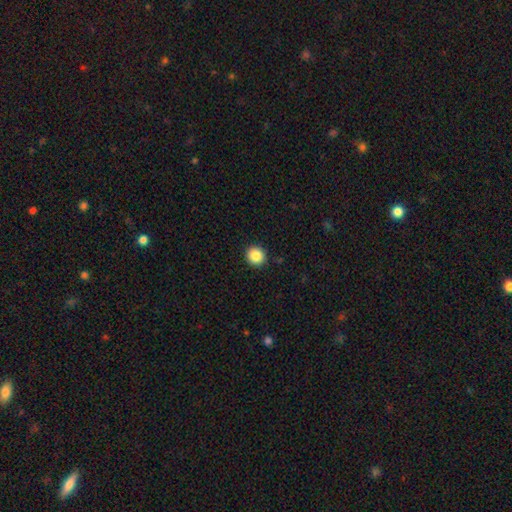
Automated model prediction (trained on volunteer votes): Smooth or featured: smooth — 87% (star or artifact — 9%)
How rounded: round — 92% (in between — 7%)
Merging: none — 92% (minor disturbance — 5%)